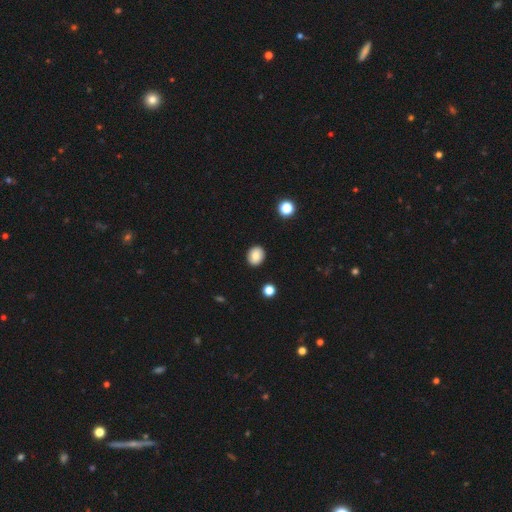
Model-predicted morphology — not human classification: The model was most divided on "how rounded": round: 59%, in between: 40%, cigar-shaped: 1%. More confident: merging — none (90%); smooth or featured — smooth (83%).